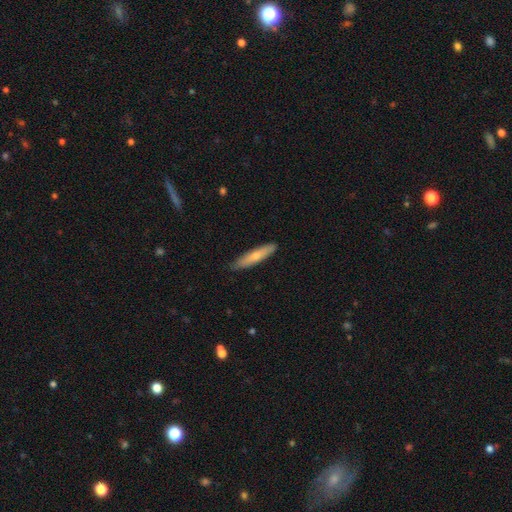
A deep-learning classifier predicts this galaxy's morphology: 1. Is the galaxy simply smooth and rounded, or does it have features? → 65% smooth, 29% featured or disk, 5% star or artifact.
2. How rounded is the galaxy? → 86% cigar-shaped, 12% in between, 1% round.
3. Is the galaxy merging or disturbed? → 86% none, 11% minor disturbance, 2% major disturbance, 1% merger.